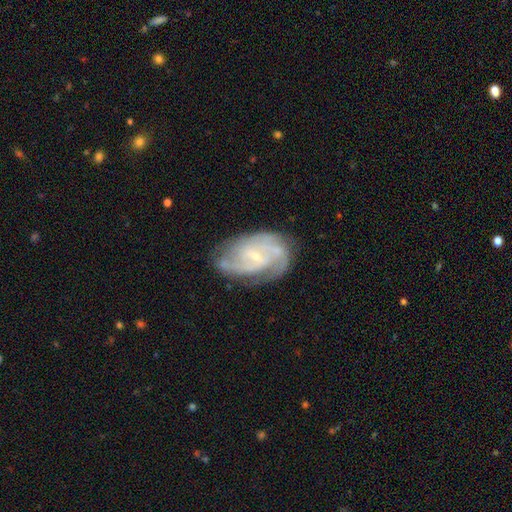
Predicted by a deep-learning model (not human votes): Smooth or featured? Predicted: featured or disk (p=0.84). Edge-on disk? Predicted: no (p=0.97). Bar? Predicted: no (p=0.45). Spiral arms? Predicted: yes (p=0.95). Spiral winding? Predicted: tight (p=0.46). Spiral arm count? Predicted: 2 (p=0.32). Bulge size? Predicted: small (p=0.76). Merging? Predicted: none (p=0.68).